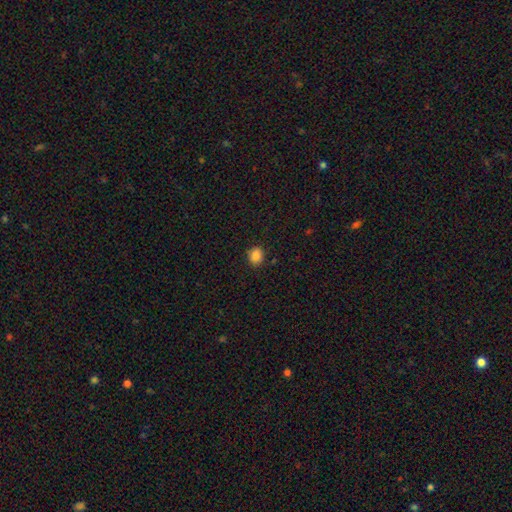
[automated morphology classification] Smooth or featured?
  - smooth: 85% *
  - star or artifact: 11%
  - featured or disk: 4%
How rounded?
  - round: 70% *
  - in between: 29%
  - cigar-shaped: 1%
Merging?
  - none: 87% *
  - minor disturbance: 10%
  - major disturbance: 2%
  - merger: 1%